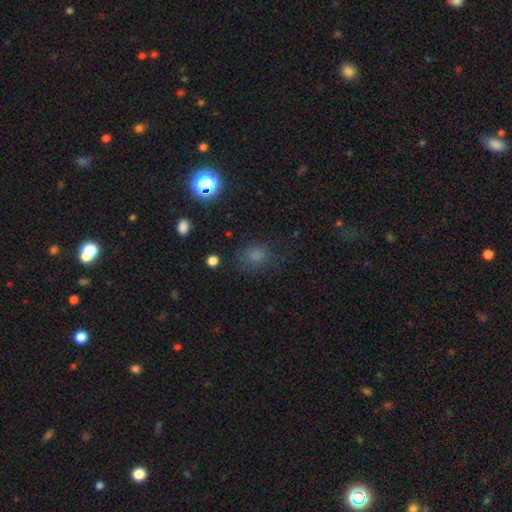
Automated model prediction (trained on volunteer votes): This is likely a smooth galaxy (71%). How rounded: possibly in between (51%). Merging: likely none (68%).